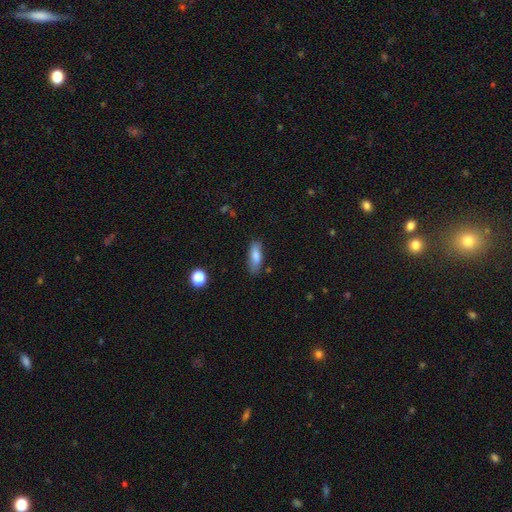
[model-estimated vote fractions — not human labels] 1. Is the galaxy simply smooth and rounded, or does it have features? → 80% smooth, 12% featured or disk, 7% star or artifact.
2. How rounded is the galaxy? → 60% in between, 38% cigar-shaped, 2% round.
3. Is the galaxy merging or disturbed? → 78% none, 16% minor disturbance, 3% major disturbance, 2% merger.